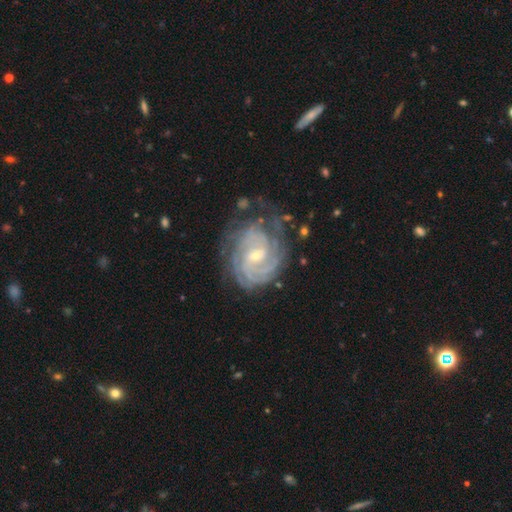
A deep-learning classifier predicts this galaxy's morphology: This is clearly a featured or disk galaxy (90%). It is clearly not viewed edge-on (97%). Bar: possibly weak (47%). Spiral arm pattern: clearly yes (98%). Spiral arm count: marginally can't tell (28%). Spiral winding: likely tight (76%). Central bulge: likely small (68%). Merging: likely none (65%).